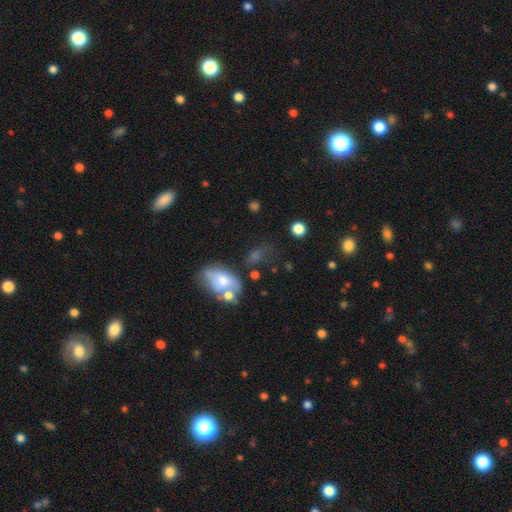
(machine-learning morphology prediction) smooth-or-featured: smooth: 55% | featured or disk: 26% | star or artifact: 19%
  how-rounded: in between: 67% | round: 28% | cigar-shaped: 5%
  merging: none: 42% | minor disturbance: 23% | merger: 18% | major disturbance: 17%